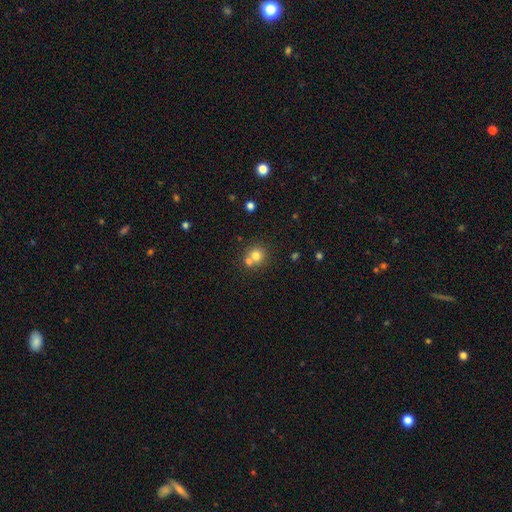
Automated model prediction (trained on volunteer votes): Smooth or featured? smooth (74%)
How rounded? round (87%)
Merging? none (54%)